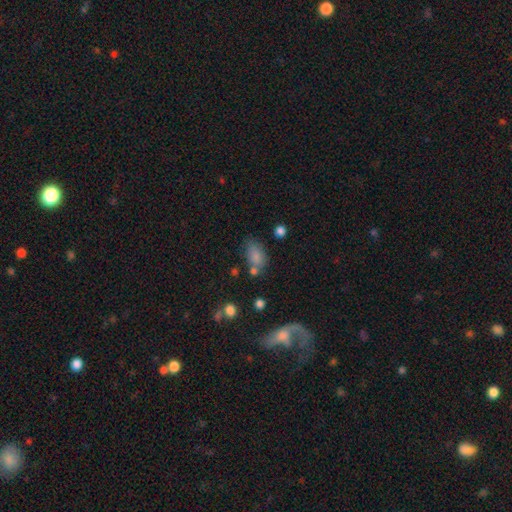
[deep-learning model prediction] Smooth or featured: smooth — 81% (star or artifact — 11%)
How rounded: in between — 87% (round — 10%)
Merging: none — 55% (minor disturbance — 22%)